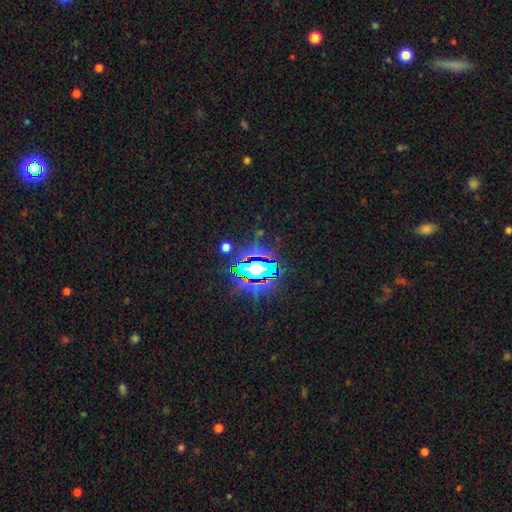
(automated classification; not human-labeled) A star or artifact, not a galaxy (82%).

Vote fractions:
- Smooth or featured? star or artifact: 82% / smooth: 11% / featured or disk: 7%